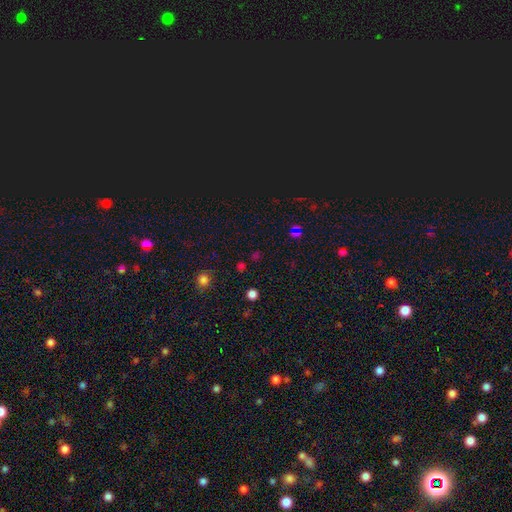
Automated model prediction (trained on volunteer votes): smooth_or_featured: star or artifact (p=0.49) [alt: smooth p=0.45]